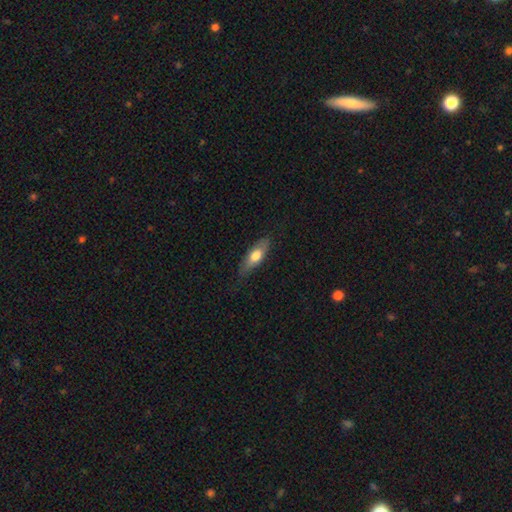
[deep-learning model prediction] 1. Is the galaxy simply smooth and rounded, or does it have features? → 67% smooth, 27% featured or disk, 6% star or artifact.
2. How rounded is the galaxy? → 62% in between, 36% cigar-shaped, 3% round.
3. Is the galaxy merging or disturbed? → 76% none, 19% minor disturbance, 4% major disturbance, 1% merger.